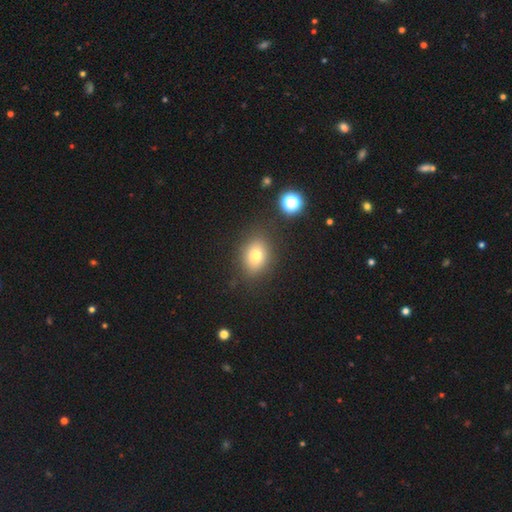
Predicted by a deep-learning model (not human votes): The model was most divided on "how rounded": in between: 60%, round: 39%, cigar-shaped: 1%. More confident: merging — none (82%); smooth or featured — smooth (76%).